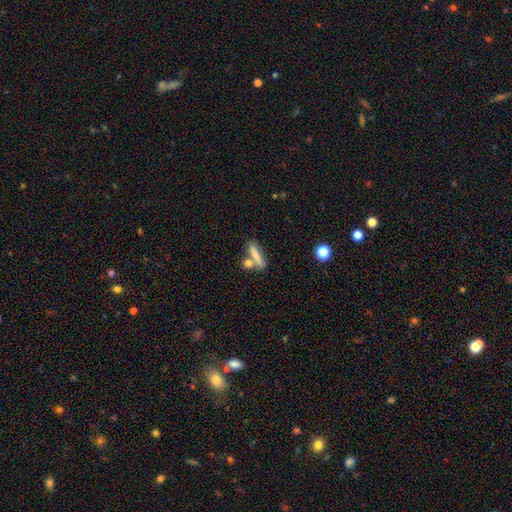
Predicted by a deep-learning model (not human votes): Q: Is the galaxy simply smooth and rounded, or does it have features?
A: smooth — 69%.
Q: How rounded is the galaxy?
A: cigar-shaped — 67%.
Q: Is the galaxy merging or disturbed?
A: none — 51%.